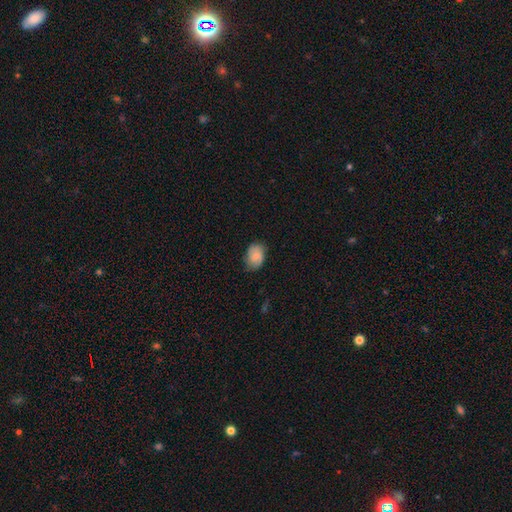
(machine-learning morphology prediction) Smooth or featured?
  - smooth: 74% *
  - featured or disk: 19%
  - star or artifact: 7%
How rounded?
  - in between: 75% *
  - round: 24%
  - cigar-shaped: 1%
Merging?
  - none: 71% *
  - minor disturbance: 23%
  - major disturbance: 5%
  - merger: 1%